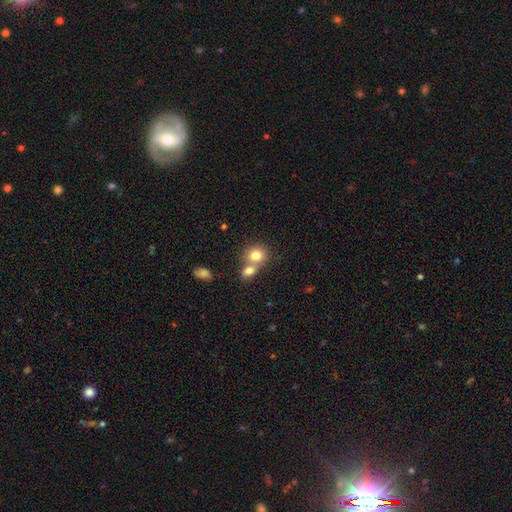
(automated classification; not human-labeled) Overall: smooth (80%). How rounded: round (74%). Merging: merger (52%; none 38%).